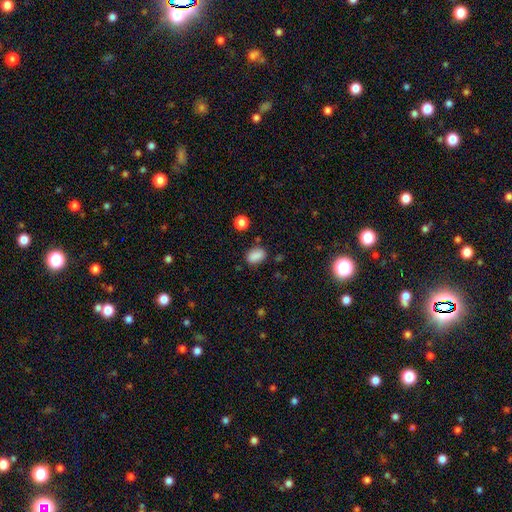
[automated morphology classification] smooth-or-featured: smooth: 86% | star or artifact: 10% | featured or disk: 4%
  how-rounded: in between: 78% | round: 20% | cigar-shaped: 1%
  merging: none: 78% | minor disturbance: 15% | merger: 4% | major disturbance: 4%